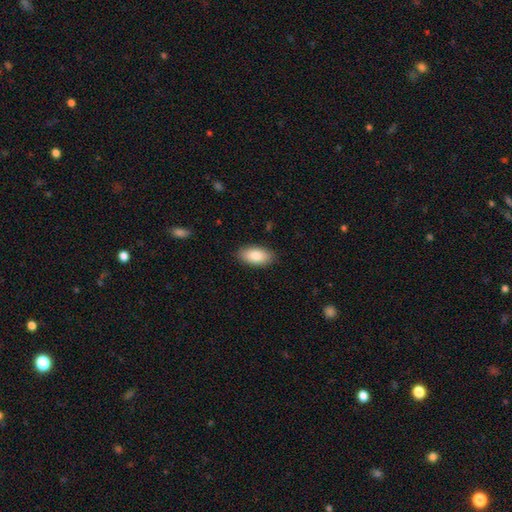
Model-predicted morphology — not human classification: Smooth or featured? smooth (85%)
How rounded? in between (94%)
Merging? none (88%)